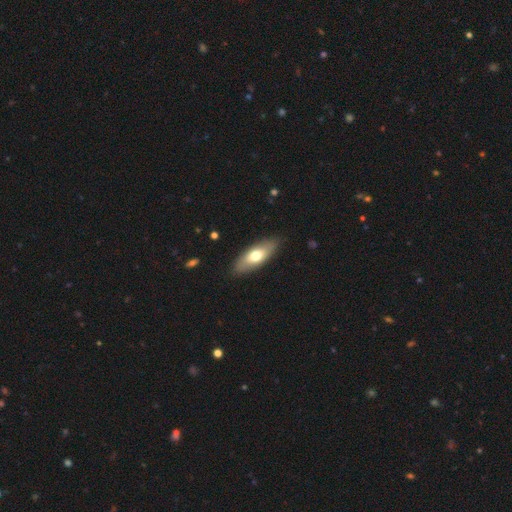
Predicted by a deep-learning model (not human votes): Smooth or featured?
  - smooth: 64% *
  - featured or disk: 31%
  - star or artifact: 5%
How rounded?
  - in between: 73% *
  - cigar-shaped: 25%
  - round: 2%
Merging?
  - none: 86% *
  - minor disturbance: 10%
  - major disturbance: 2%
  - merger: 1%